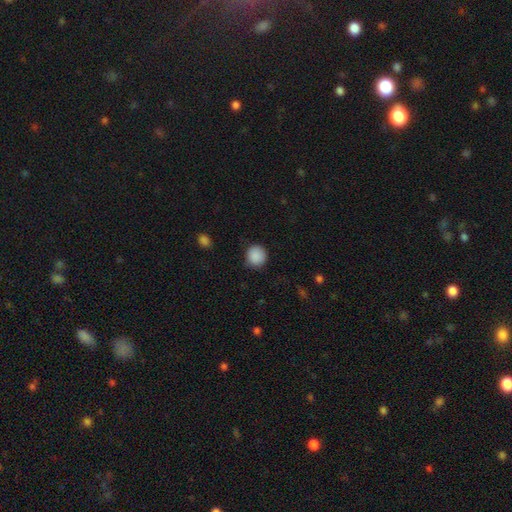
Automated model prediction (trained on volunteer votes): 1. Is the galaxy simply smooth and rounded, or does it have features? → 89% smooth, 8% star or artifact, 3% featured or disk.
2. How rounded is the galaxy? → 91% round, 8% in between, 1% cigar-shaped.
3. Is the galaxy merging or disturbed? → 87% none, 10% minor disturbance, 3% major disturbance, 1% merger.